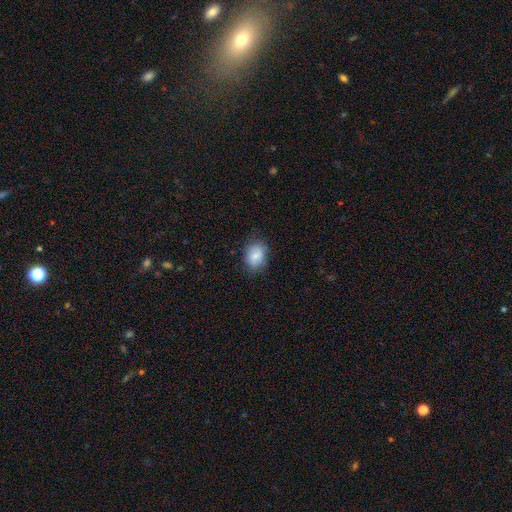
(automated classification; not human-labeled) smooth 81%, featured or disk 11%, star or artifact 8%. Down the decision tree: how rounded — in between (61%); merging — none (76%).